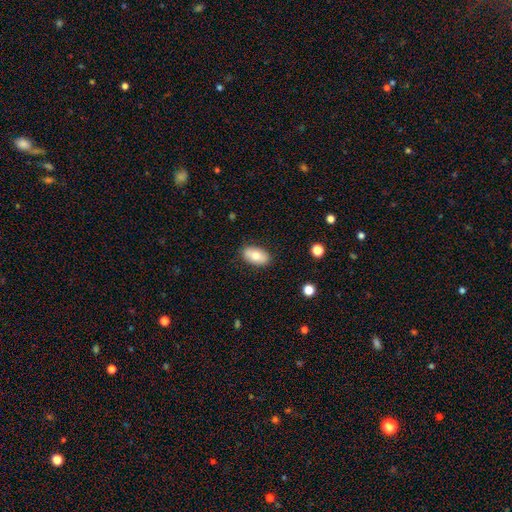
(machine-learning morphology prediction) Overall: smooth (74%). How rounded: in between (93%). Merging: none (86%).